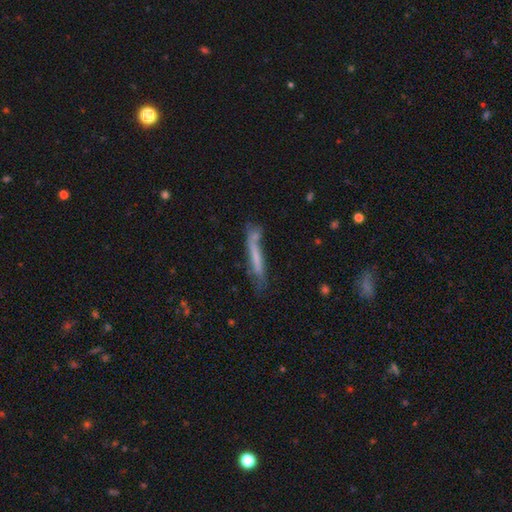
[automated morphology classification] smooth-or-featured: smooth: 54% | featured or disk: 38% | star or artifact: 9%
  how-rounded: cigar-shaped: 93% | in between: 6% | round: 2%
  merging: none: 57% | minor disturbance: 24% | major disturbance: 10% | merger: 9%